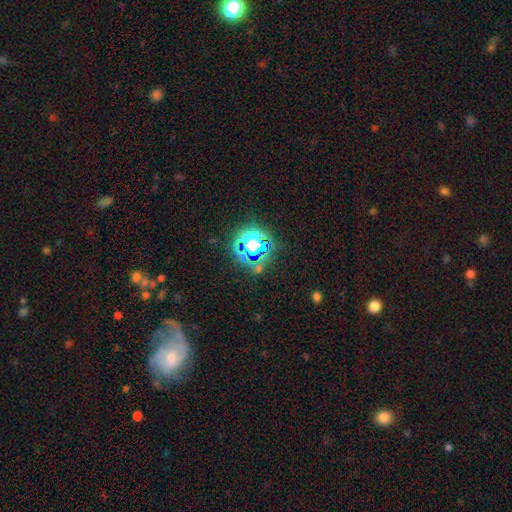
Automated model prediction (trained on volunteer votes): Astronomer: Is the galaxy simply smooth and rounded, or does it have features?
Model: star or artifact — 67%.